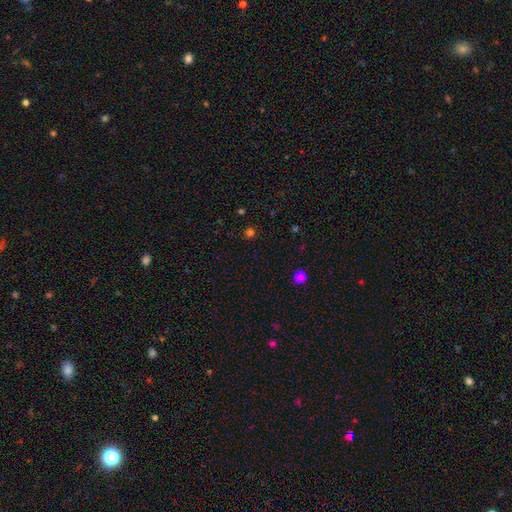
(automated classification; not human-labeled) smooth-or-featured: smooth: 59% | star or artifact: 36% | featured or disk: 5%
  how-rounded: round: 89% | in between: 10% | cigar-shaped: 1%
  merging: none: 87% | minor disturbance: 7% | major disturbance: 3% | merger: 2%